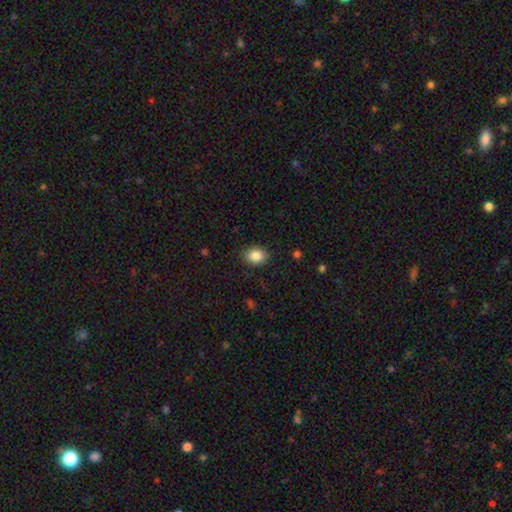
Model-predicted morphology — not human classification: Smooth or featured?
  - smooth: 86% *
  - star or artifact: 9%
  - featured or disk: 5%
How rounded?
  - in between: 53% *
  - round: 46%
  - cigar-shaped: 1%
Merging?
  - none: 87% *
  - minor disturbance: 9%
  - major disturbance: 2%
  - merger: 1%